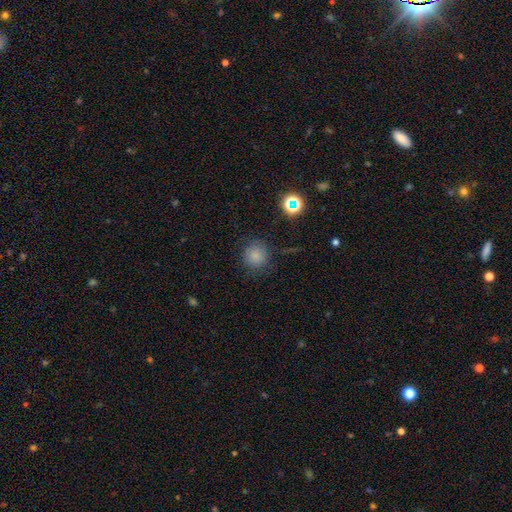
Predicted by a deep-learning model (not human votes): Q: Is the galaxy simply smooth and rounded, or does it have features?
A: smooth — 80%.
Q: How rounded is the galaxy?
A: round — 91%.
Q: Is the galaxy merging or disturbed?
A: none — 81%.